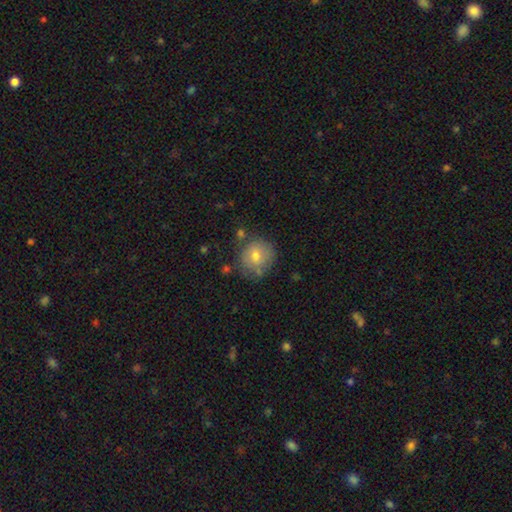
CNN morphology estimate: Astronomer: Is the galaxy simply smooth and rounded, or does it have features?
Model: smooth — 71%.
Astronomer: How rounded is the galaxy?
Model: round — 85%.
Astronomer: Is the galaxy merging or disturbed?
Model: none — 69%.